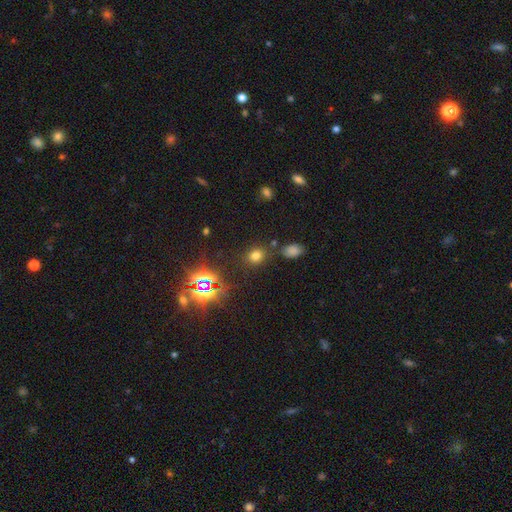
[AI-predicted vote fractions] Overall: smooth (68%). How rounded: round (63%; in between 35%). Merging: none (81%).